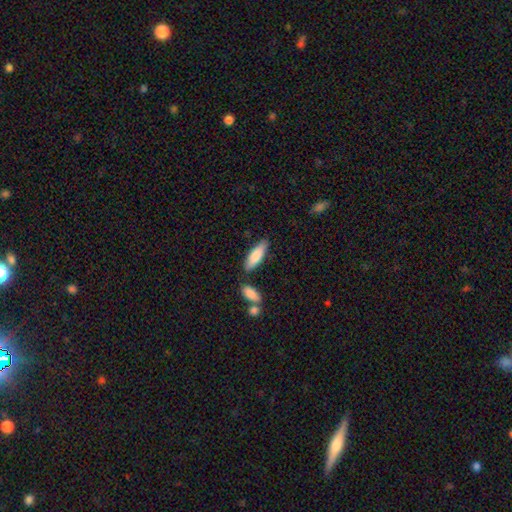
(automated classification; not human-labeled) Smooth or featured: smooth — 80% (featured or disk — 15%)
How rounded: in between — 51% (cigar-shaped — 47%)
Merging: none — 78% (minor disturbance — 12%)